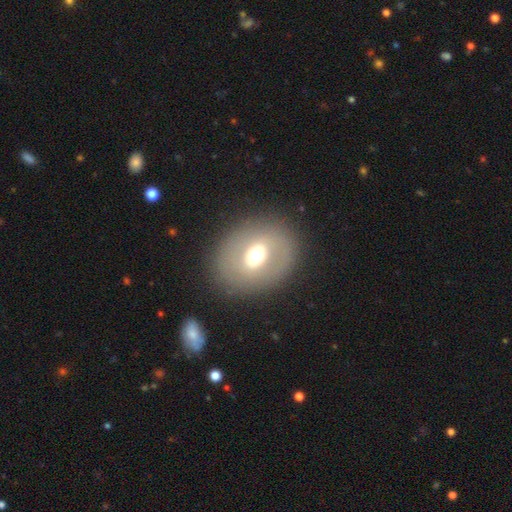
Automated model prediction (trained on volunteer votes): Smooth or featured?
  - smooth: 46% *
  - featured or disk: 43%
  - star or artifact: 11%
Merging?
  - none: 82% *
  - minor disturbance: 10%
  - major disturbance: 6%
  - merger: 1%